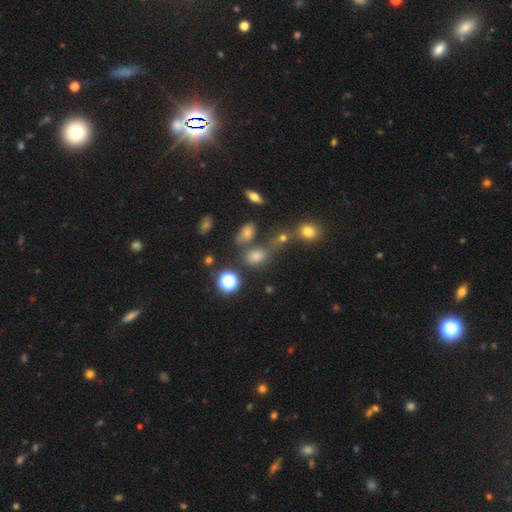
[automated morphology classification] This appears to be a smooth galaxy with no disk features (62%) that is in between round and cigar-shaped (55%). Merging: none (51%).